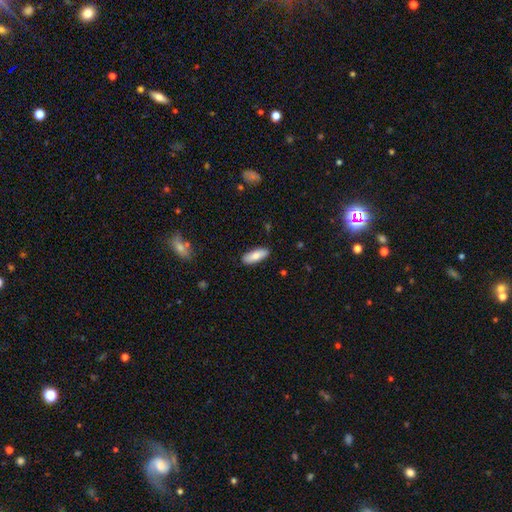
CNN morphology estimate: A smooth galaxy with no disk features (81%) that is in between round and cigar-shaped (69%). Merging: none (88%).